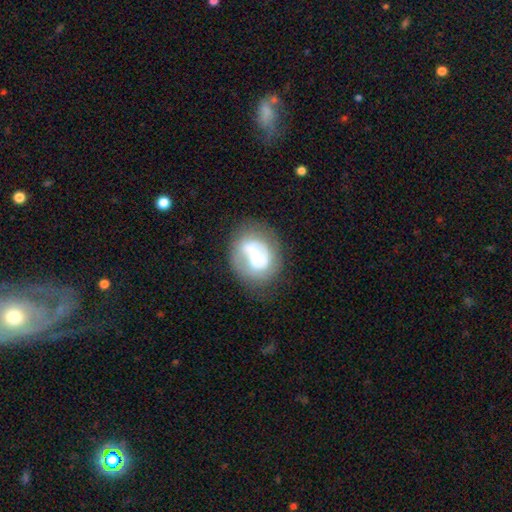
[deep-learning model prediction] Smooth or featured?
  - featured or disk: 55% *
  - smooth: 37%
  - star or artifact: 9%
Edge-on disk?
  - no: 97% *
  - yes: 3%
Bar?
  - no: 62% *
  - weak: 26%
  - strong: 12%
Spiral arms?
  - no: 53% *
  - yes: 47%
Bulge size?
  - small: 34% *
  - moderate: 31%
  - none: 17%
  - large: 14%
  - dominant: 4%
Merging?
  - none: 54% *
  - minor disturbance: 22%
  - major disturbance: 16%
  - merger: 8%